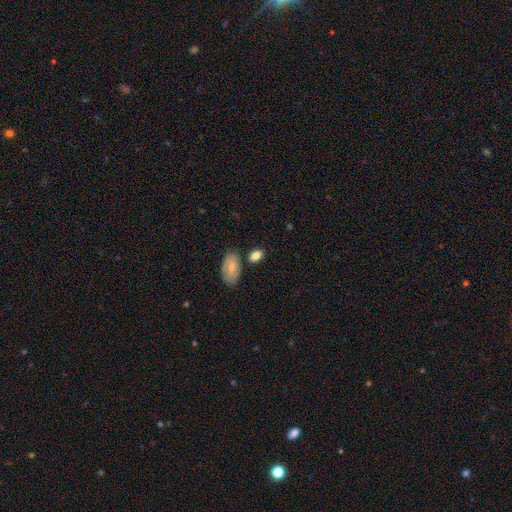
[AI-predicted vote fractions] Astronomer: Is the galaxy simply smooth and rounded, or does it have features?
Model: smooth — 83%.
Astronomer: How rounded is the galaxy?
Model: in between — 86%.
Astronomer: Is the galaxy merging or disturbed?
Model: none — 73%.